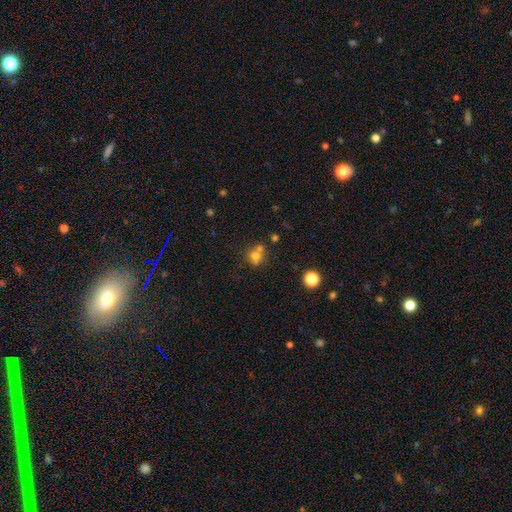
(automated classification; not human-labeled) This is likely a smooth galaxy (68%). How rounded: likely round (71%). Merging: possibly none (47%).